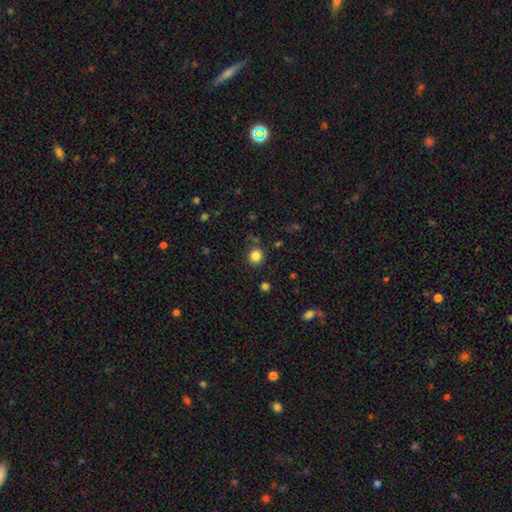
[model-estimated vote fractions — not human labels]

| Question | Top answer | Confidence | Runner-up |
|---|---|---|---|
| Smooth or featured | smooth | 83% | star or artifact (12%) |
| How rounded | round | 88% | in between (11%) |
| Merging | none | 83% | minor disturbance (10%) |